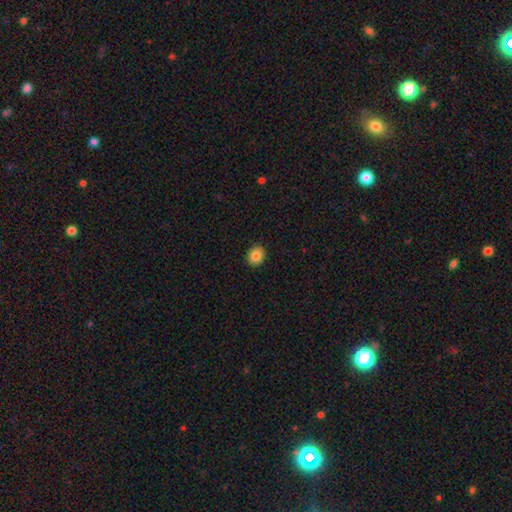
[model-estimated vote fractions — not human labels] The model was most divided on "how rounded": round: 74%, in between: 25%, cigar-shaped: 1%. More confident: merging — none (91%); smooth or featured — smooth (84%).